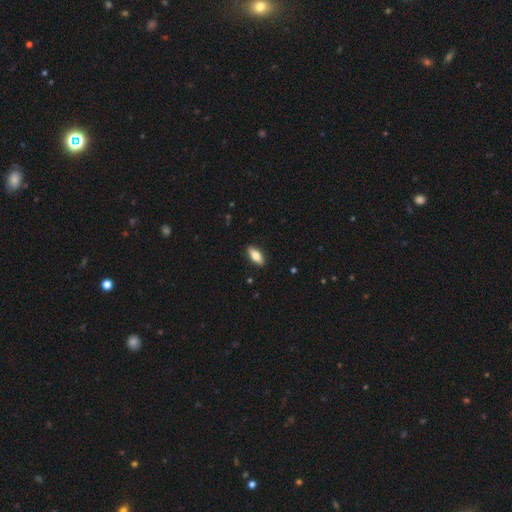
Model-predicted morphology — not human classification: This is likely a smooth galaxy (69%). How rounded: likely in between (71%). Merging: clearly none (89%).